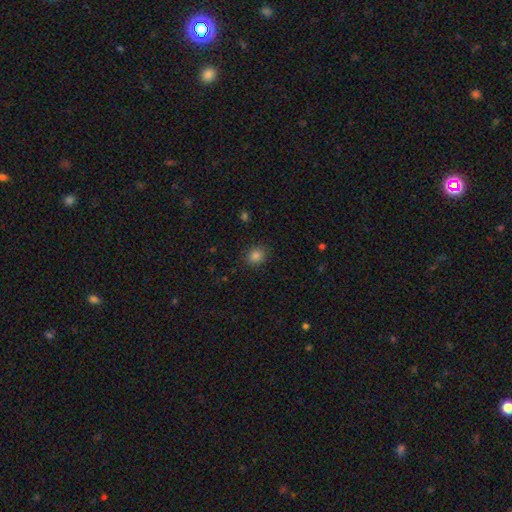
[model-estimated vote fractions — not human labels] Smooth or featured?
  - smooth: 84% *
  - star or artifact: 12%
  - featured or disk: 4%
How rounded?
  - round: 72% *
  - in between: 27%
  - cigar-shaped: 1%
Merging?
  - none: 87% *
  - minor disturbance: 9%
  - major disturbance: 3%
  - merger: 1%